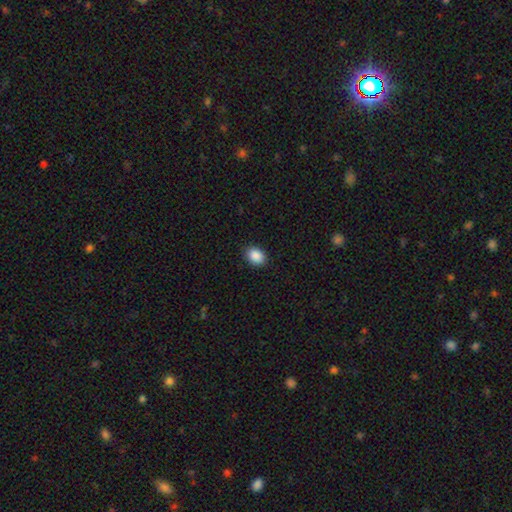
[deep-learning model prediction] smooth_or_featured: smooth (p=0.89) [alt: star or artifact p=0.08]
how_rounded: in between (p=0.73) [alt: round p=0.26]
merging: none (p=0.89) [alt: minor disturbance p=0.08]